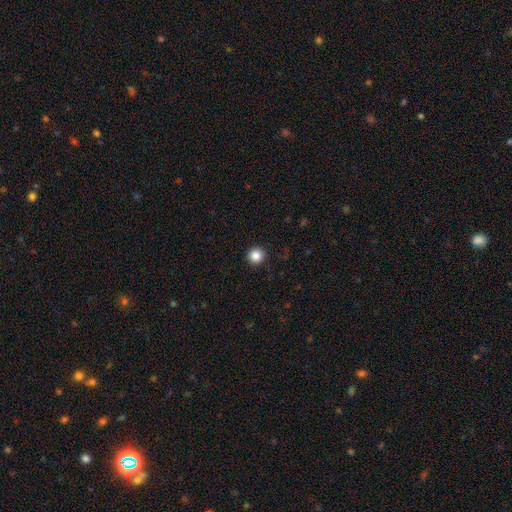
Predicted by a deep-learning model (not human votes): Morphology: type=smooth (86%); roundness=round (95%); merging=none (92%).